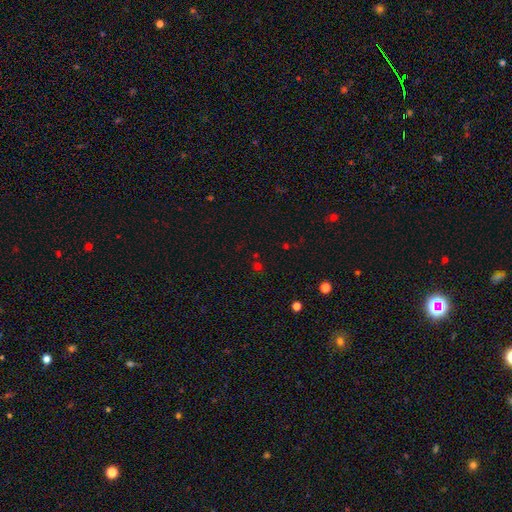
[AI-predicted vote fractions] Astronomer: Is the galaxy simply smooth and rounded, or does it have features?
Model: smooth — 48% (runner-up: star or artifact, 45%).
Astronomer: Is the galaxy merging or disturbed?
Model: none — 75%.